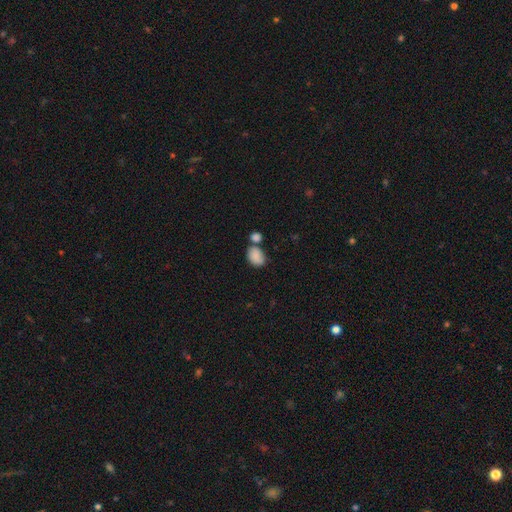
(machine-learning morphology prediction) Overall: smooth (86%). How rounded: in between (73%). Merging: none (43%; merger 36%).